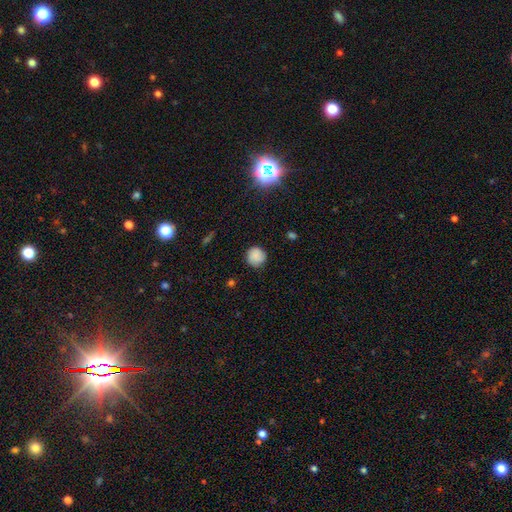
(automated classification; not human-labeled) Smooth or featured: smooth — 84% (star or artifact — 10%)
How rounded: round — 92% (in between — 7%)
Merging: none — 84% (minor disturbance — 12%)